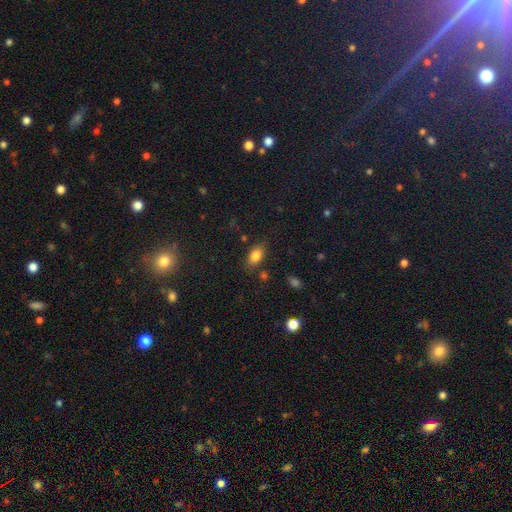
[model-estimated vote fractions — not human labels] This appears to be a smooth galaxy with no disk features (82%) that is in between round and cigar-shaped (88%). Merging: none (79%).